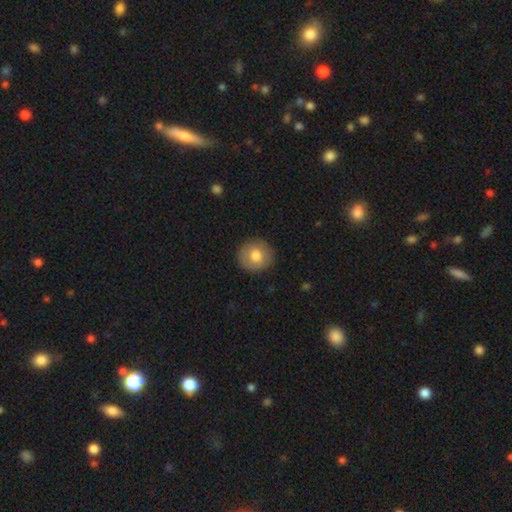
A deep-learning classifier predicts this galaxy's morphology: Smooth or featured? smooth (76%)
How rounded? round (90%)
Merging? none (89%)